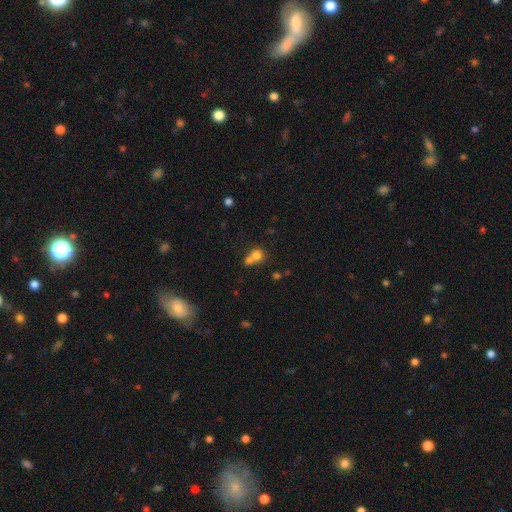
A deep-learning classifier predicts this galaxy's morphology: type=smooth (74%); roundness=round (75%); merging=merger (57%).